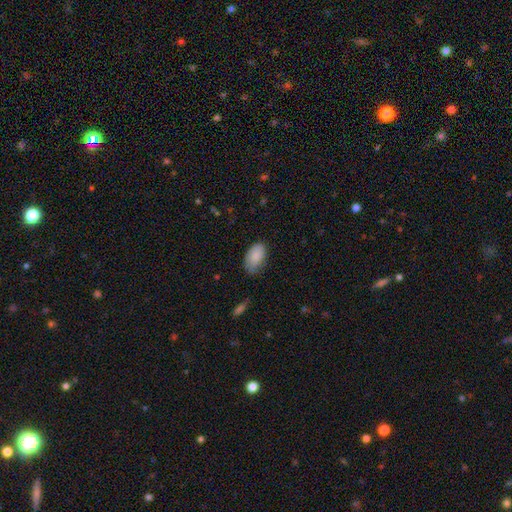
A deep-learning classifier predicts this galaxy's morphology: Smooth or featured? smooth (86%)
How rounded? in between (94%)
Merging? none (62%)